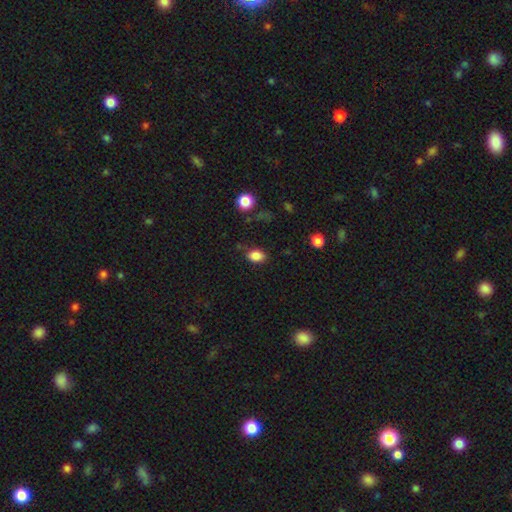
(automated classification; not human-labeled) Smooth or featured?
  - smooth: 85% *
  - star or artifact: 10%
  - featured or disk: 5%
How rounded?
  - in between: 79% *
  - round: 19%
  - cigar-shaped: 1%
Merging?
  - none: 78% *
  - minor disturbance: 15%
  - major disturbance: 4%
  - merger: 2%